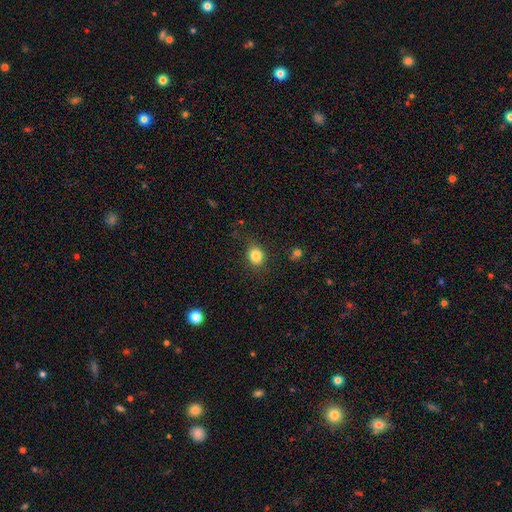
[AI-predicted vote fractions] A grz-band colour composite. It shows a smooth galaxy with no disk features (84%) that is round (62%). Merging: none (81%).